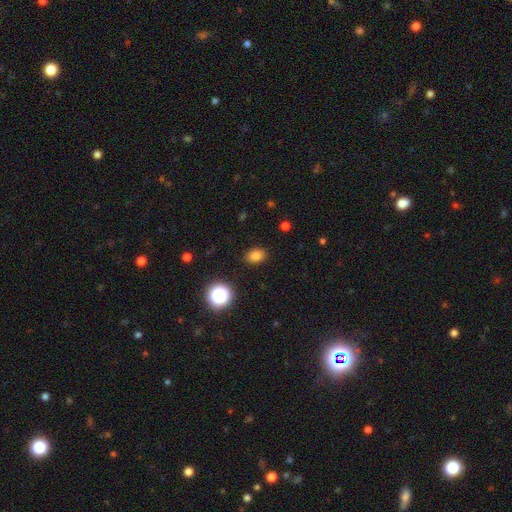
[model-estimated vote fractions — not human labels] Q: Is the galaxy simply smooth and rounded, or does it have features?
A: smooth — 80%.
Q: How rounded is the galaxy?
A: in between — 66%.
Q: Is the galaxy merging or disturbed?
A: none — 88%.